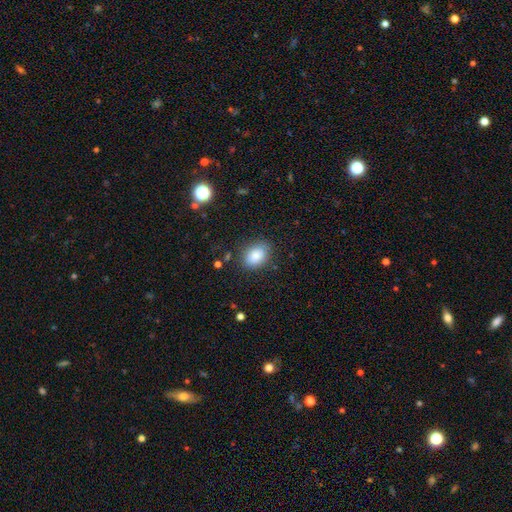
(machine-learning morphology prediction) Overall: smooth (85%). How rounded: in between (78%). Merging: none (82%).